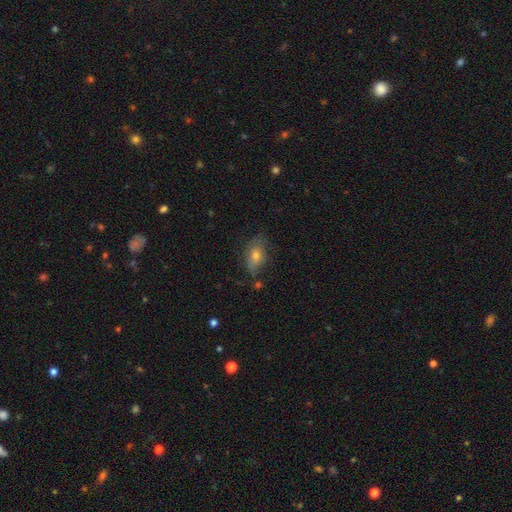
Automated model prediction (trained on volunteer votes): Smooth or featured? Predicted: smooth (p=0.58). How rounded? Predicted: in between (p=0.81). Merging? Predicted: none (p=0.63).